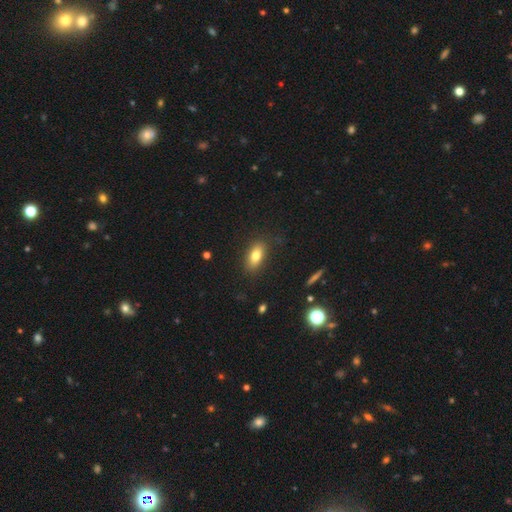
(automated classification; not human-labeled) A smooth galaxy with no disk features (79%) that is in between round and cigar-shaped (85%). Merging: none (83%).